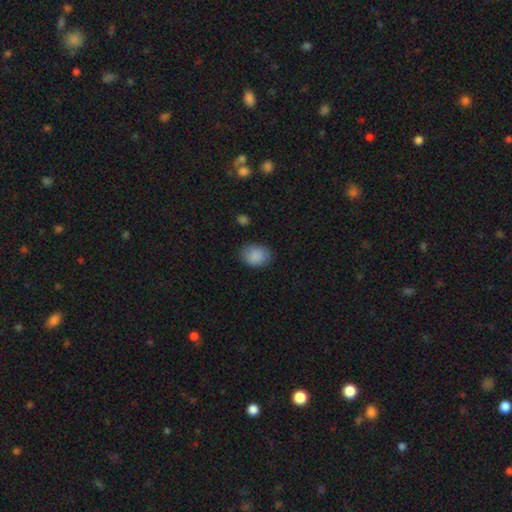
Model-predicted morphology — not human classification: Overall: smooth (88%). How rounded: in between (58%; round 41%). Merging: none (81%).